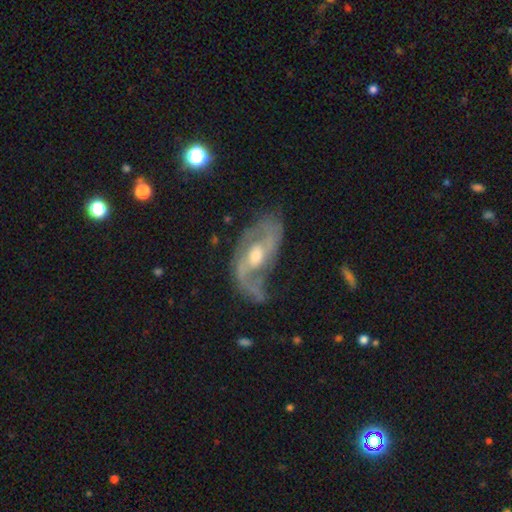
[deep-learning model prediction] Smooth or featured: featured or disk — 87% (smooth — 8%)
Edge-on disk: no — 94% (yes — 6%)
Bar: no — 45% (weak — 43%)
Spiral arms: yes — 93% (no — 7%)
Spiral winding: medium — 47% (loose — 32%)
Spiral arm count: 2 — 76% (can't tell — 9%)
Bulge size: moderate — 70% (small — 17%)
Merging: none — 55% (minor disturbance — 24%)